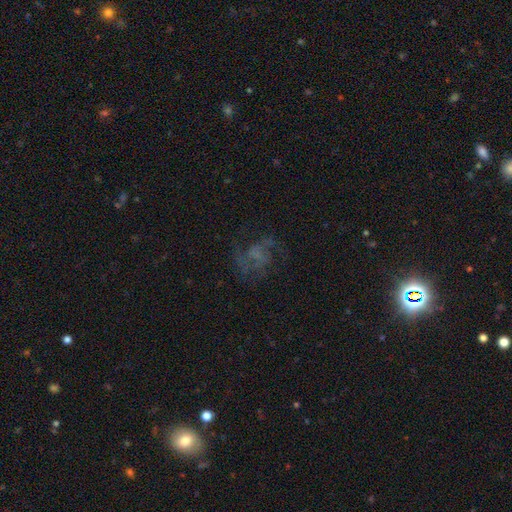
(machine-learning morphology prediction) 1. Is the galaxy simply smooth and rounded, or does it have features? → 57% featured or disk, 23% smooth, 20% star or artifact.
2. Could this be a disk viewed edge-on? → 98% no, 2% yes.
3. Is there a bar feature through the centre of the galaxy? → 70% no, 24% weak, 5% strong.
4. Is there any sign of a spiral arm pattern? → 66% yes, 34% no.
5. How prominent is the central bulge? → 66% none, 19% small, 10% moderate, 4% large, 1% dominant.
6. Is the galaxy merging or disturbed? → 53% none, 28% major disturbance, 17% minor disturbance, 2% merger.